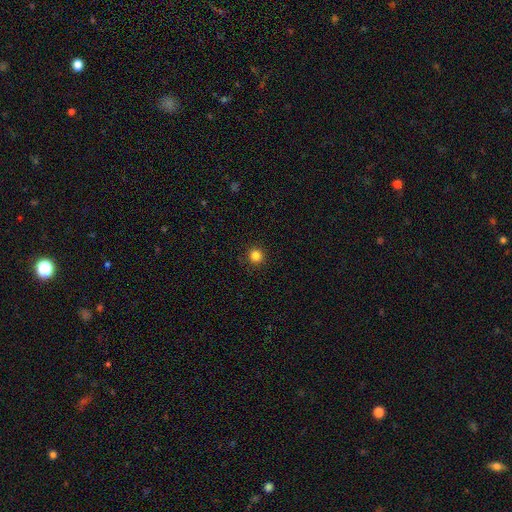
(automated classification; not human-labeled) Overall: smooth (84%). How rounded: round (95%). Merging: none (92%).